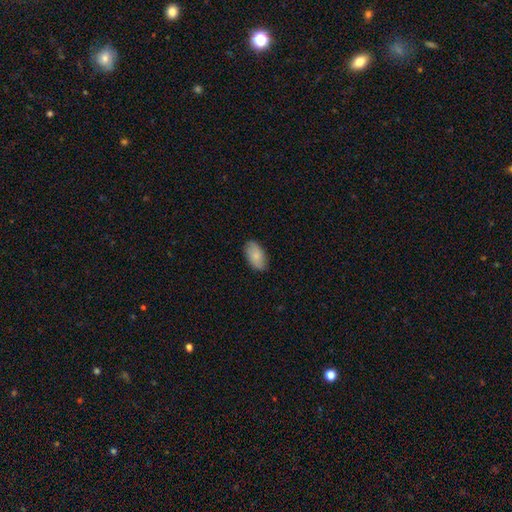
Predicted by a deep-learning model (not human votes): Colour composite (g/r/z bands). It shows a smooth galaxy with no disk features (82%) that is in between round and cigar-shaped (94%). Merging: none (85%).